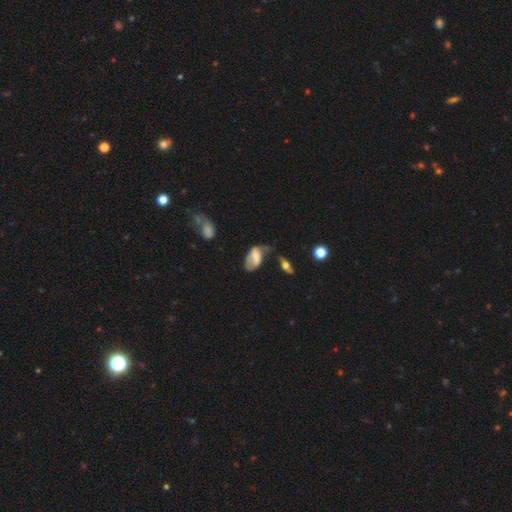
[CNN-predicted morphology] smooth-or-featured: smooth: 50% | featured or disk: 41% | star or artifact: 8%
  how-rounded: in between: 91% | round: 6% | cigar-shaped: 3%
  merging: major disturbance: 37% | minor disturbance: 29% | none: 23% | merger: 11%